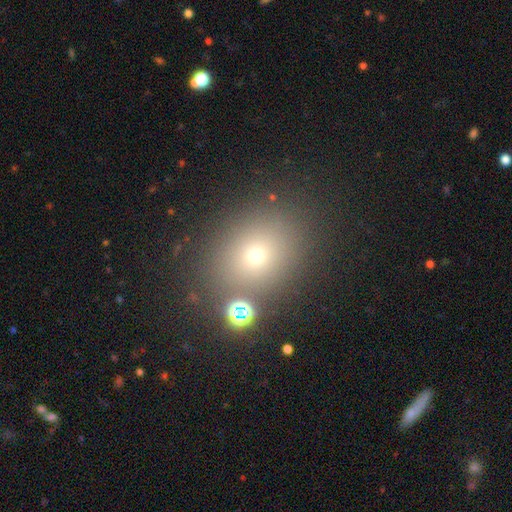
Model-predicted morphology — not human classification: smooth 62%, star or artifact 26%, featured or disk 12%. Down the decision tree: how rounded — round (61%); merging — none (79%).